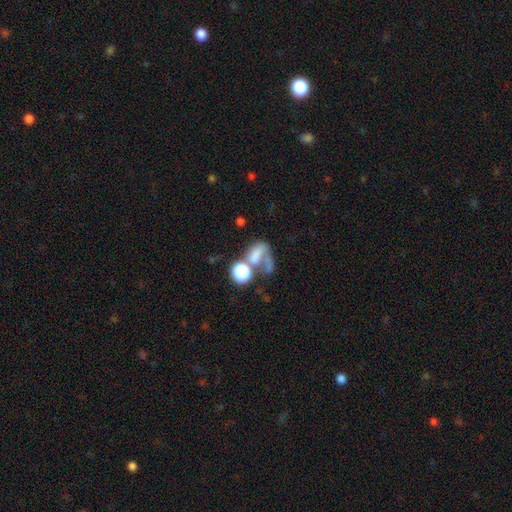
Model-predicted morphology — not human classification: smooth 54%, featured or disk 26%, star or artifact 20%. Down the decision tree: how rounded — in between (66%); merging — merger (39%).